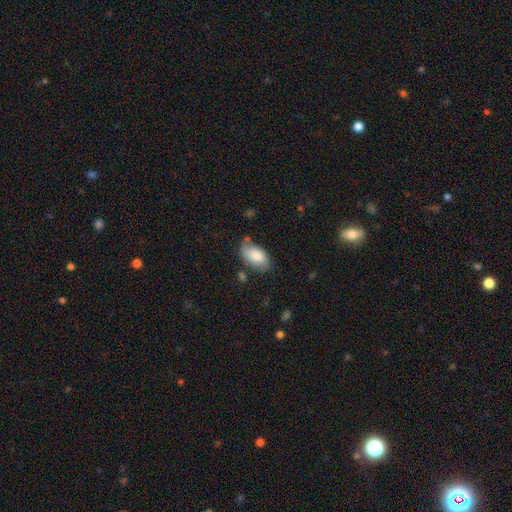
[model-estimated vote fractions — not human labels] A smooth galaxy with no disk features (82%) that is in between round and cigar-shaped (94%). Merging: none (66%).